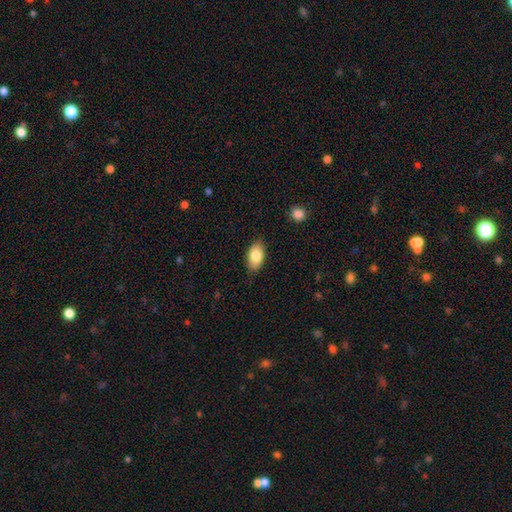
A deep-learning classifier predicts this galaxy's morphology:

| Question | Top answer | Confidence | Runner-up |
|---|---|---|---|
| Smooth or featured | smooth | 84% | featured or disk (9%) |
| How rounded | in between | 93% | round (5%) |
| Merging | none | 85% | minor disturbance (12%) |